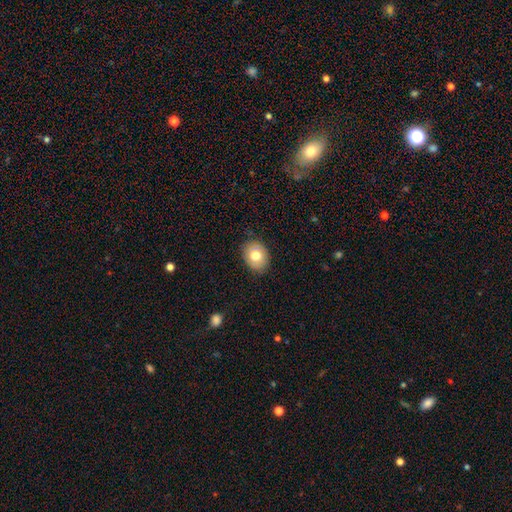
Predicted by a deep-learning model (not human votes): Overall: smooth (77%). How rounded: in between (60%; round 39%). Merging: none (86%).